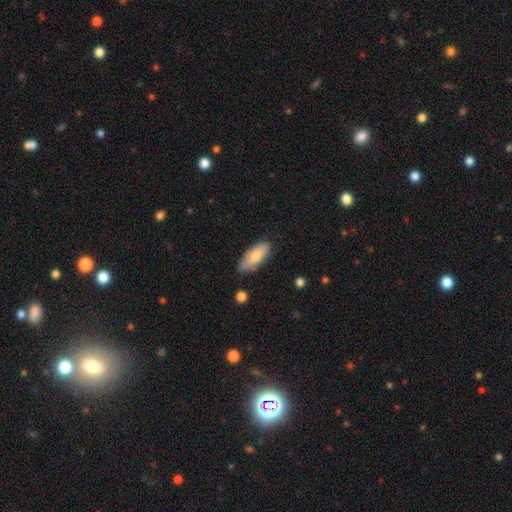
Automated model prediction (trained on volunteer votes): Q: Smooth or featured?
A: smooth (78%); runner-up: featured or disk (17%)
Q: How rounded?
A: in between (79%); runner-up: cigar-shaped (19%)
Q: Merging?
A: none (77%); runner-up: minor disturbance (18%)